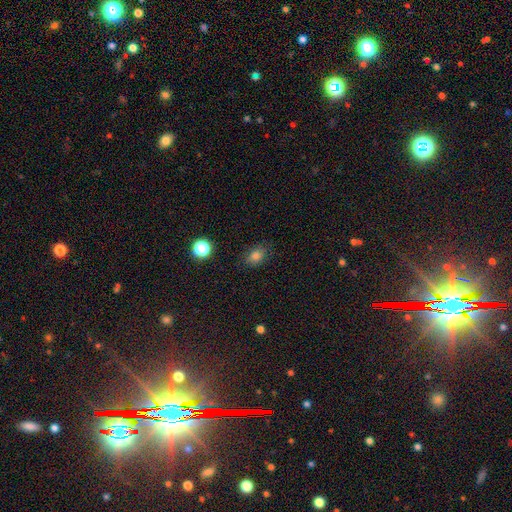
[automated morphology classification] A smooth galaxy with no disk features (80%) that is in between round and cigar-shaped (67%).

Vote fractions:
- Smooth or featured? smooth: 80% / star or artifact: 14% / featured or disk: 6%
- How rounded? in between: 67% / round: 32% / cigar-shaped: 1%
- Merging? none: 80% / minor disturbance: 15% / major disturbance: 4% / merger: 1%